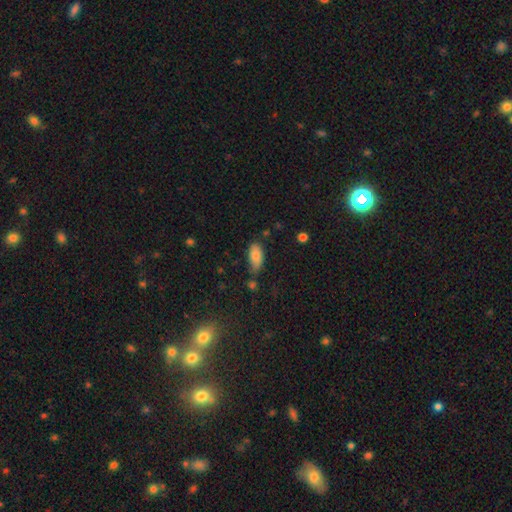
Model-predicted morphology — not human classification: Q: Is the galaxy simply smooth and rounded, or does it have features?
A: smooth — 84%.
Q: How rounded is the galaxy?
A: in between — 90%.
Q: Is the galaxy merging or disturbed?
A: none — 64%.